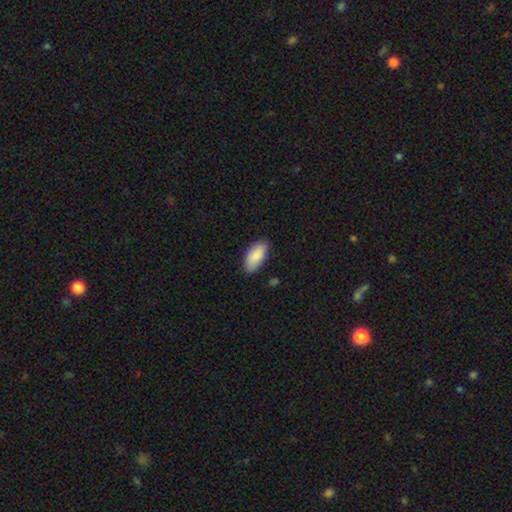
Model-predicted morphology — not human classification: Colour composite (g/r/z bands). It shows a smooth galaxy with no disk features (87%) that is in between round and cigar-shaped (91%). Merging: none (83%).